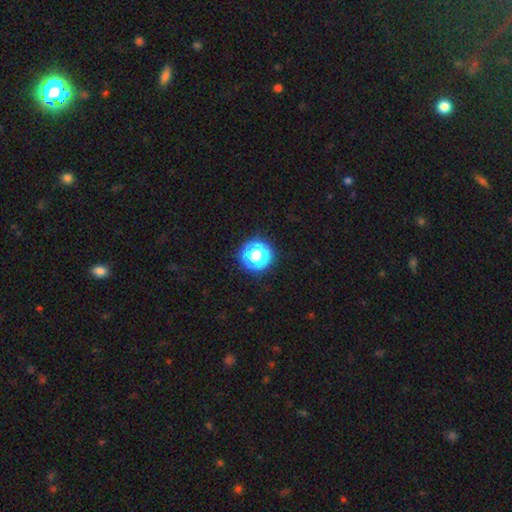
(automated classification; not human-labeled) Smooth or featured? Predicted: smooth (p=0.60). How rounded? Predicted: round (p=0.93). Merging? Predicted: none (p=0.83).